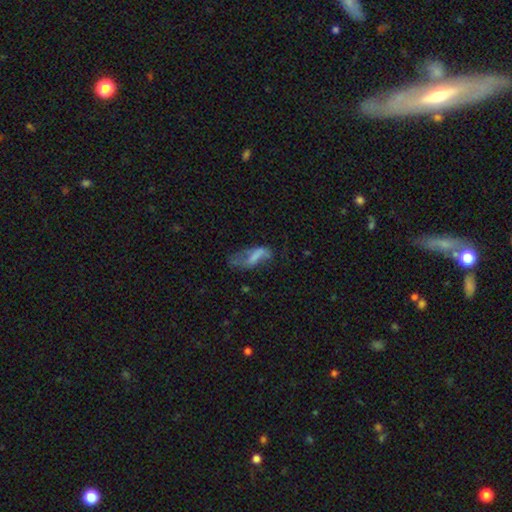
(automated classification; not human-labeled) A smooth galaxy with no disk features (48%).

Vote fractions:
- Smooth or featured? smooth: 48% / featured or disk: 41% / star or artifact: 11%
- Merging? major disturbance: 39% / none: 30% / minor disturbance: 25% / merger: 5%